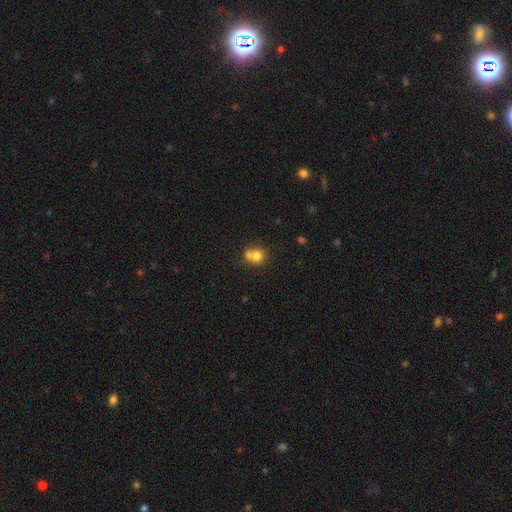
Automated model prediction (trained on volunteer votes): smooth-or-featured: smooth: 76% | featured or disk: 13% | star or artifact: 11%
  how-rounded: round: 80% | in between: 19% | cigar-shaped: 1%
  merging: merger: 43% | none: 41% | minor disturbance: 11% | major disturbance: 4%